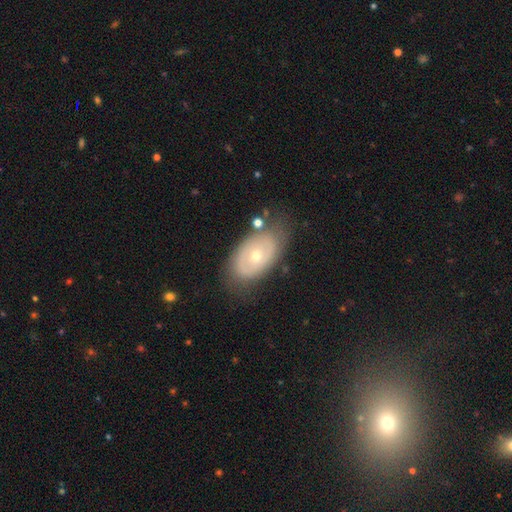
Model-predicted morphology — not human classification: A featured or disk galaxy (54%).

Vote fractions:
- Smooth or featured? featured or disk: 54% / smooth: 39% / star or artifact: 7%
- Edge-on disk? no: 91% / yes: 9%
- Merging? none: 71% / minor disturbance: 19% / major disturbance: 7% / merger: 4%